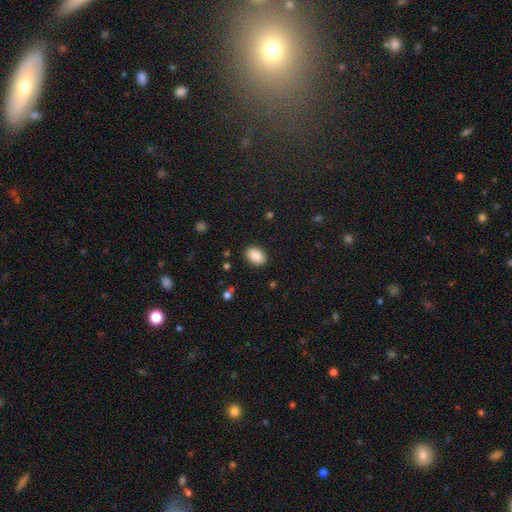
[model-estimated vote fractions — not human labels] smooth_or_featured: smooth (p=0.88) [alt: star or artifact p=0.08]
how_rounded: in between (p=0.85) [alt: round p=0.14]
merging: none (p=0.88) [alt: minor disturbance p=0.09]